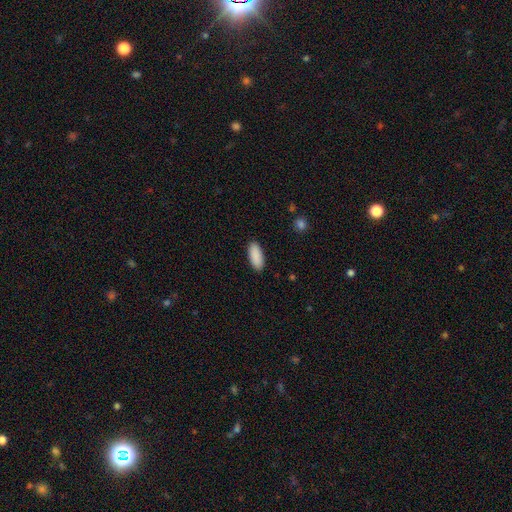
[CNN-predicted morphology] This is clearly a smooth galaxy (91%). How rounded: clearly in between (84%). Merging: clearly none (90%).